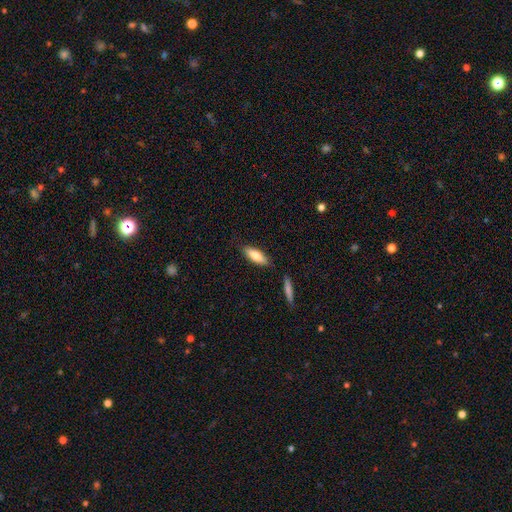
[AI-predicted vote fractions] Q: Smooth or featured?
A: smooth (80%); runner-up: featured or disk (14%)
Q: How rounded?
A: in between (58%); runner-up: cigar-shaped (40%)
Q: Merging?
A: none (82%); runner-up: minor disturbance (12%)